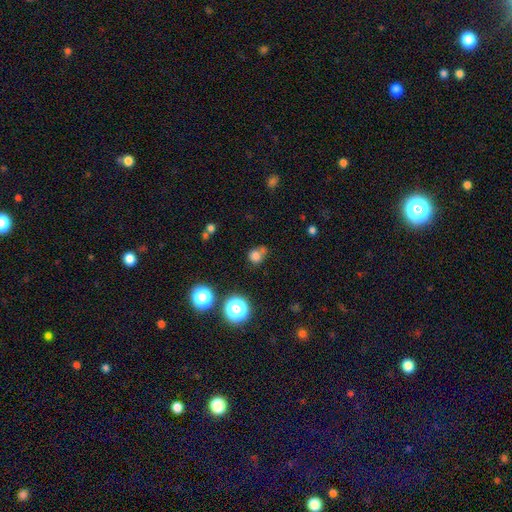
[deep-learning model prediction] A smooth galaxy with no disk features (74%) that is round (80%). Merging: none (54%).